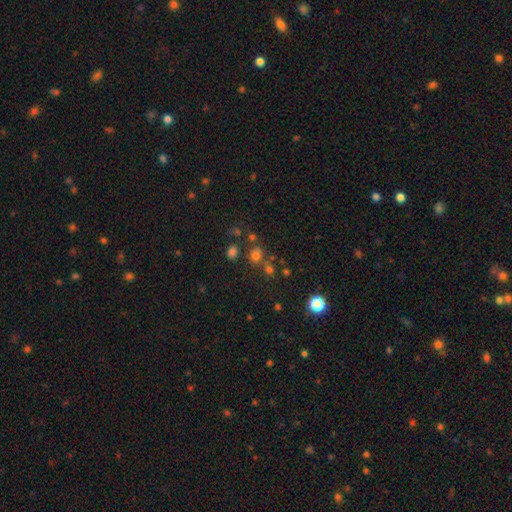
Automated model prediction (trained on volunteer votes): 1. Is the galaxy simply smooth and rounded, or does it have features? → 63% smooth, 27% star or artifact, 10% featured or disk.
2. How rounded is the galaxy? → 73% round, 26% in between, 1% cigar-shaped.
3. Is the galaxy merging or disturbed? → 62% none, 21% merger, 11% minor disturbance, 6% major disturbance.